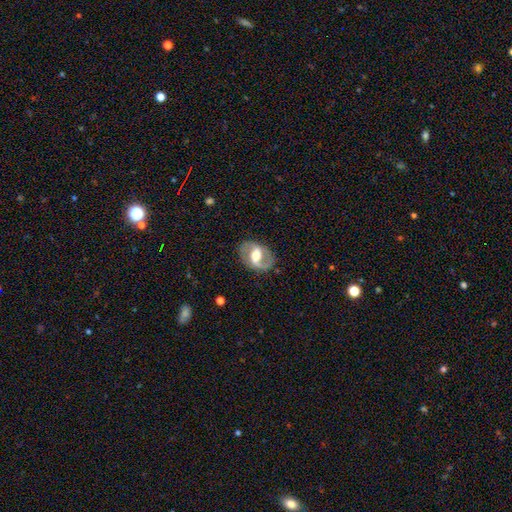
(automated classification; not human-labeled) A featured or disk galaxy (81%) with a weak bar (43%), 2 (91%) medium (51%) spiral arms (86%) and a moderate central bulge (63%).

Vote fractions:
- Smooth or featured? featured or disk: 81% / smooth: 14% / star or artifact: 5%
- Edge-on disk? no: 96% / yes: 4%
- Bar? weak: 43% / strong: 36% / no: 21%
- Spiral arms? yes: 86% / no: 14%
- Spiral winding? medium: 51% / loose: 32% / tight: 17%
- Spiral arm count? 2: 91% / can't tell: 4% / 1: 3% / 3: 1% / 4: 1% / more than 4: 1%
- Bulge size? moderate: 63% / large: 22% / small: 11% / dominant: 2% / none: 1%
- Merging? none: 82% / minor disturbance: 12% / major disturbance: 5% / merger: 1%